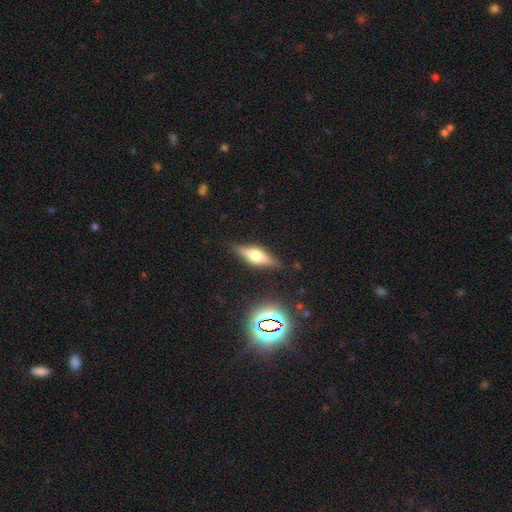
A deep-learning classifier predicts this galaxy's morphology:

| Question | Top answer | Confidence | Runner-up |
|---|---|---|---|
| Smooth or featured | featured or disk | 53% | smooth (37%) |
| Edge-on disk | yes | 92% | no (8%) |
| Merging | none | 84% | minor disturbance (11%) |